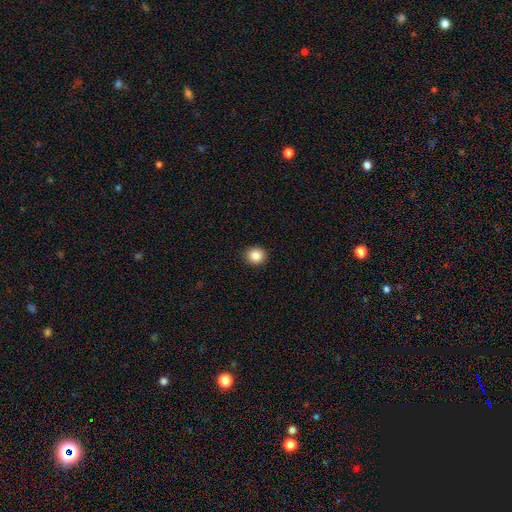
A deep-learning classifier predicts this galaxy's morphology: The model was most divided on "how rounded": round: 84%, in between: 15%, cigar-shaped: 1%. More confident: merging — none (90%); smooth or featured — smooth (87%).